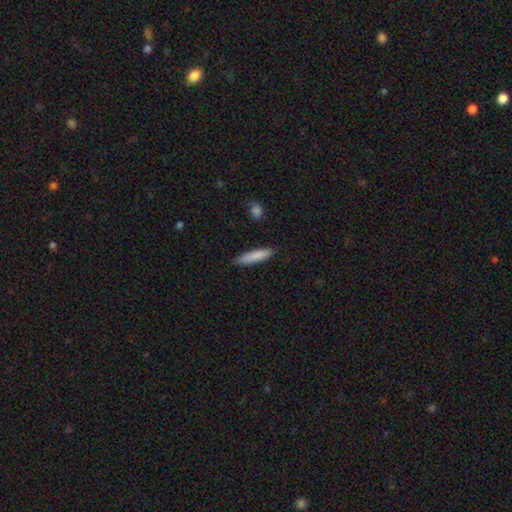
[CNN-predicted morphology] smooth 84%, featured or disk 10%, star or artifact 6%. Down the decision tree: how rounded — cigar-shaped (80%); merging — none (85%).